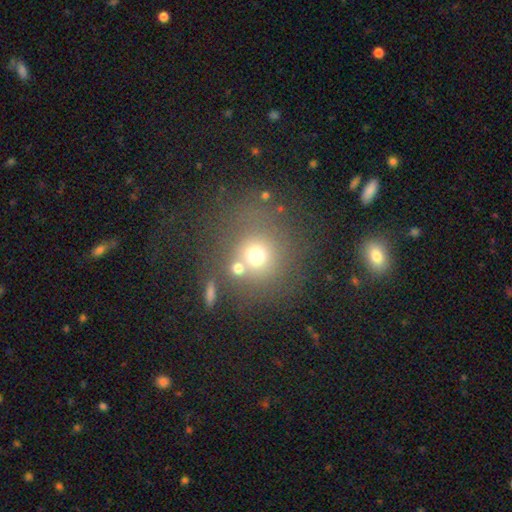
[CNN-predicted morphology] Overall: smooth (66%). How rounded: round (88%). Merging: none (58%; merger 23%).